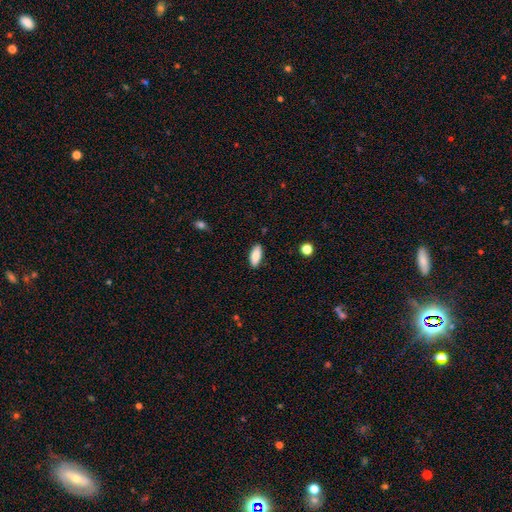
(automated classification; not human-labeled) Smooth or featured?
  - smooth: 86% *
  - featured or disk: 8%
  - star or artifact: 6%
How rounded?
  - in between: 77% *
  - cigar-shaped: 21%
  - round: 2%
Merging?
  - none: 87% *
  - minor disturbance: 10%
  - major disturbance: 2%
  - merger: 1%